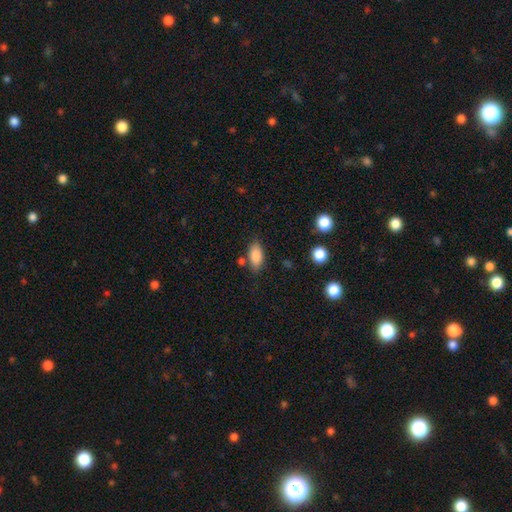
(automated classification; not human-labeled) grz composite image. It shows a smooth galaxy with no disk features (86%) that is in between round and cigar-shaped (89%). Merging: none (74%).